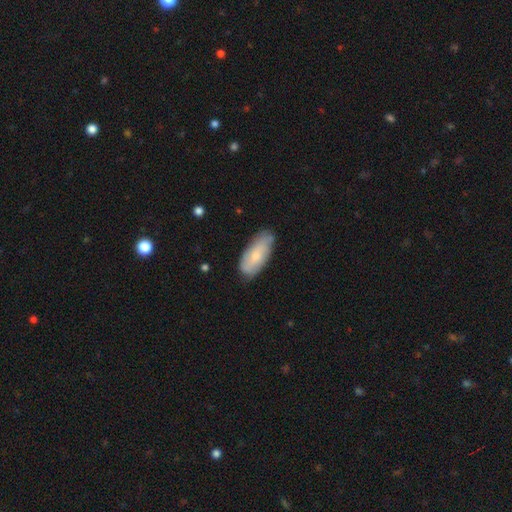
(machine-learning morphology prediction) Q: Smooth or featured?
A: smooth (68%); runner-up: featured or disk (26%)
Q: How rounded?
A: in between (84%); runner-up: cigar-shaped (14%)
Q: Merging?
A: none (74%); runner-up: minor disturbance (21%)